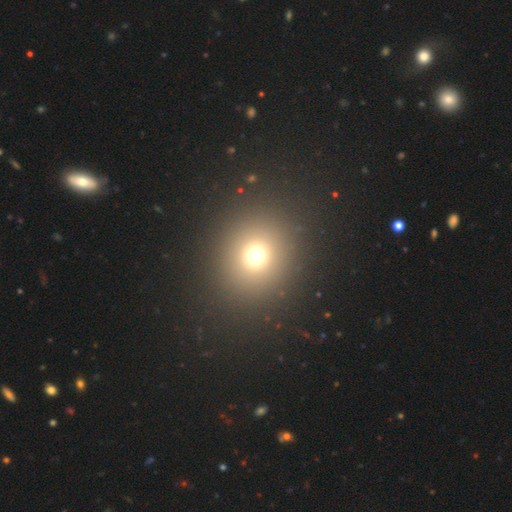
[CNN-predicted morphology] Overall: smooth (70%). How rounded: round (85%). Merging: none (86%).